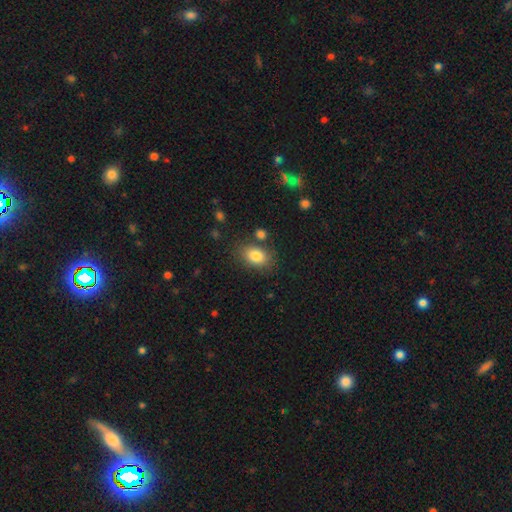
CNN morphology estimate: smooth_or_featured: smooth (p=0.83) [alt: star or artifact p=0.09]
how_rounded: in between (p=0.82) [alt: round p=0.17]
merging: none (p=0.76) [alt: minor disturbance p=0.13]